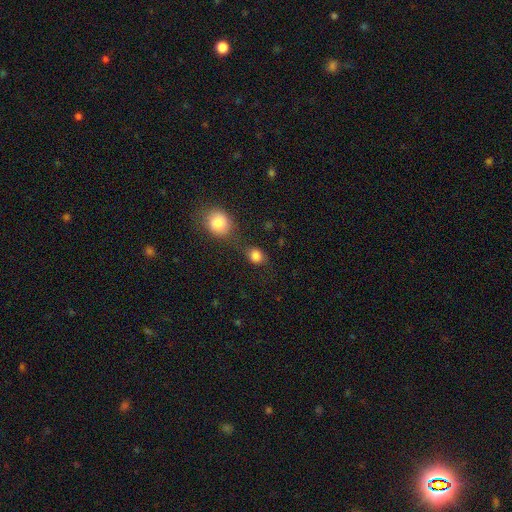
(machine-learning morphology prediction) Overall: smooth (84%). How rounded: round (58%; in between 40%). Merging: none (62%).